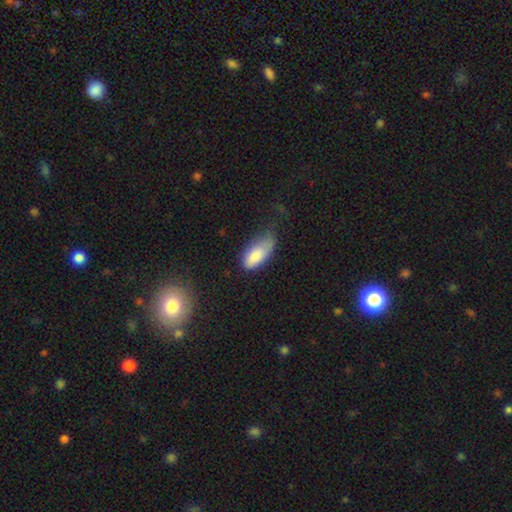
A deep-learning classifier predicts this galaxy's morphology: Smooth or featured? Predicted: smooth (p=0.84). How rounded? Predicted: in between (p=0.90). Merging? Predicted: minor disturbance (p=0.44).